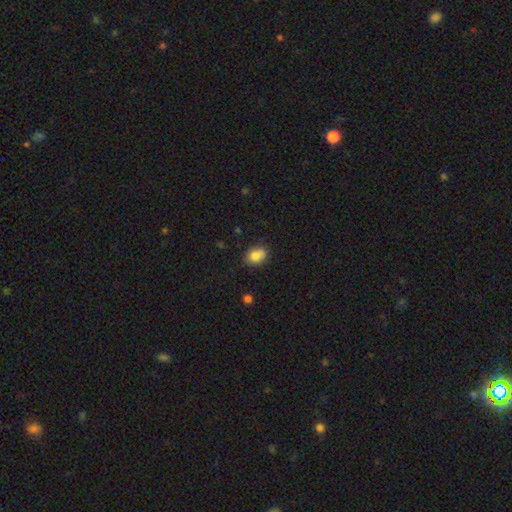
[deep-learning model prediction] This appears to be a smooth galaxy with no disk features (82%) that is in between round and cigar-shaped (69%). Merging: none (73%).